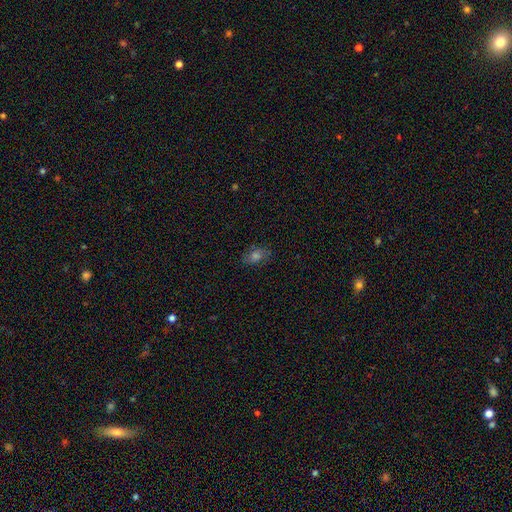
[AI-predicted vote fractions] The model was most divided on "smooth or featured": smooth: 54%, featured or disk: 25%, star or artifact: 21%. More confident: merging — none (81%); how rounded — in between (77%).